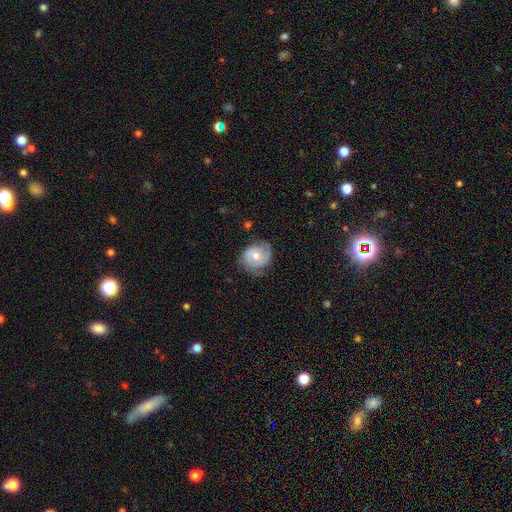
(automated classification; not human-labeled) smooth_or_featured: featured or disk (p=0.73) [alt: smooth p=0.21]
disk_edge_on: no (p=0.97) [alt: yes p=0.03]
bar: no (p=0.73) [alt: weak p=0.22]
has_spiral_arms: yes (p=0.91) [alt: no p=0.09]
spiral_winding: tight (p=0.56) [alt: medium p=0.33]
spiral_arm_count: 2 (p=0.57) [alt: can't tell p=0.18]
bulge_size: moderate (p=0.68) [alt: small p=0.27]
merging: none (p=0.67) [alt: minor disturbance p=0.23]